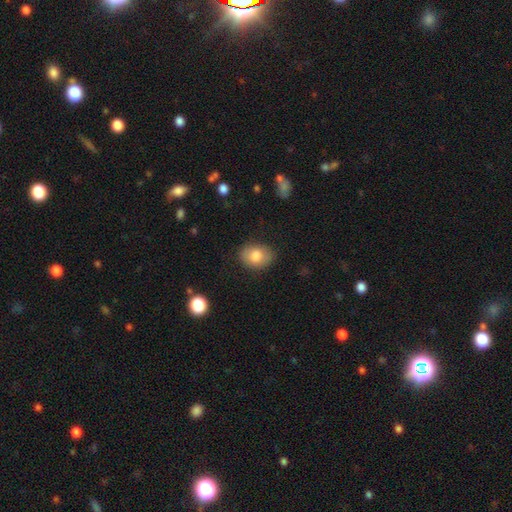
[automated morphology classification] smooth_or_featured: smooth (p=0.80) [alt: featured or disk p=0.13]
how_rounded: in between (p=0.66) [alt: round p=0.33]
merging: none (p=0.82) [alt: minor disturbance p=0.14]